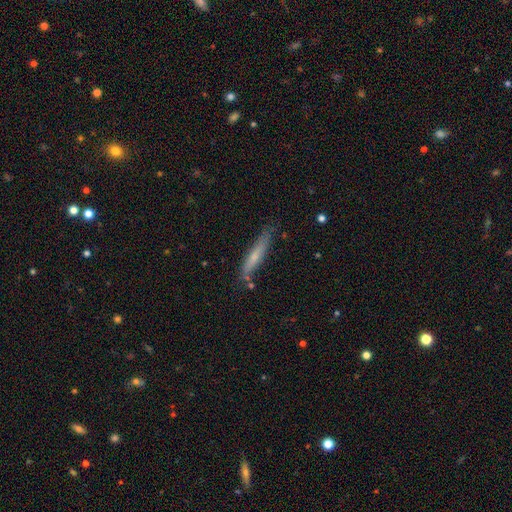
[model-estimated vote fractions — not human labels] Smooth or featured?
  - smooth: 53% *
  - featured or disk: 40%
  - star or artifact: 7%
How rounded?
  - cigar-shaped: 91% *
  - in between: 8%
  - round: 1%
Merging?
  - none: 76% *
  - minor disturbance: 17%
  - merger: 3%
  - major disturbance: 3%